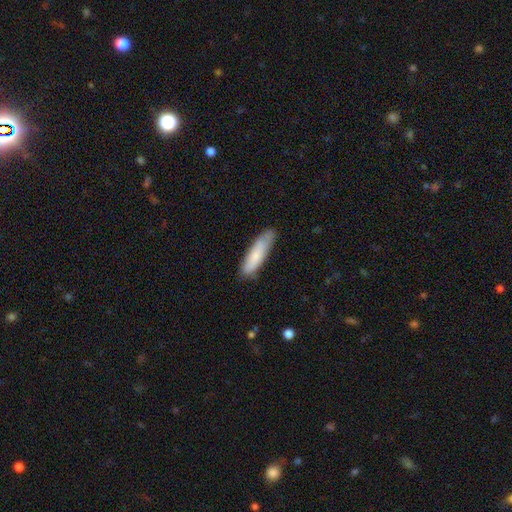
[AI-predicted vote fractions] A smooth galaxy with no disk features (80%) that is cigar-shaped (68%).

Vote fractions:
- Smooth or featured? smooth: 80% / featured or disk: 15% / star or artifact: 6%
- How rounded? cigar-shaped: 68% / in between: 30% / round: 1%
- Merging? none: 76% / minor disturbance: 19% / major disturbance: 3% / merger: 2%